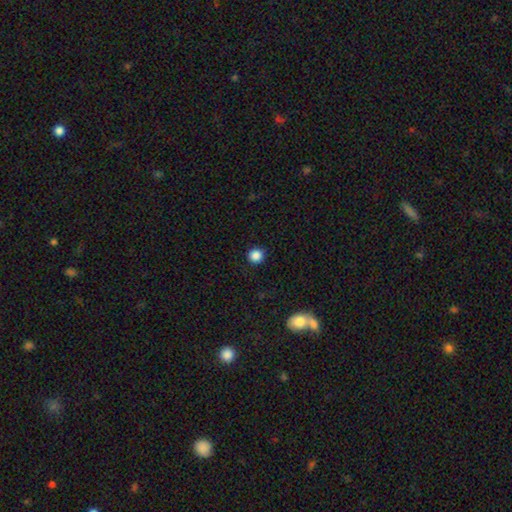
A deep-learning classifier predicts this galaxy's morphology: This appears to be a smooth galaxy with no disk features (87%) that is round (94%). Merging: none (92%).